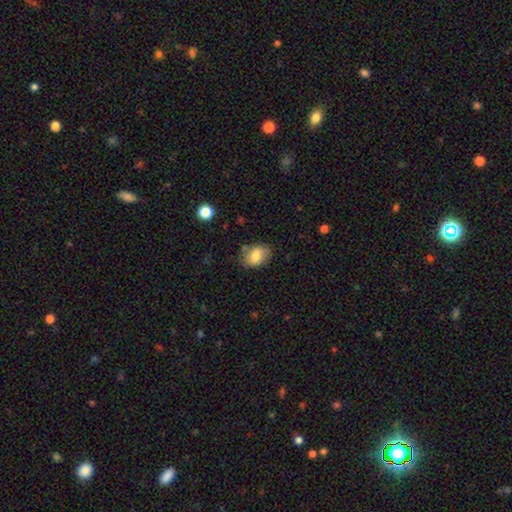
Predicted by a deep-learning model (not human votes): Smooth or featured: smooth — 77% (featured or disk — 15%)
How rounded: in between — 78% (round — 21%)
Merging: none — 74% (minor disturbance — 18%)